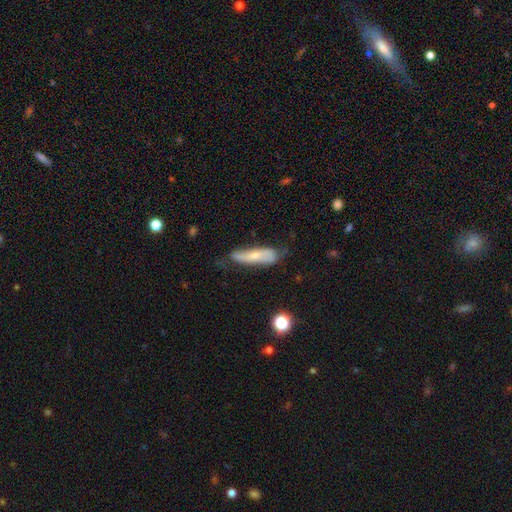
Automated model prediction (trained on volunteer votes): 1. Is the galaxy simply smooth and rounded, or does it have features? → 47% featured or disk, 46% smooth, 7% star or artifact.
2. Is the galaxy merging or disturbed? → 58% none, 32% minor disturbance, 8% major disturbance, 2% merger.